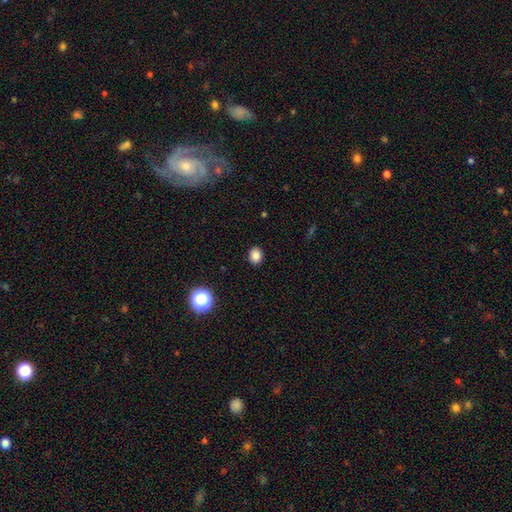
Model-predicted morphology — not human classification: Q: Smooth or featured?
A: smooth (85%); runner-up: star or artifact (11%)
Q: How rounded?
A: round (51%); runner-up: in between (49%)
Q: Merging?
A: none (90%); runner-up: minor disturbance (7%)